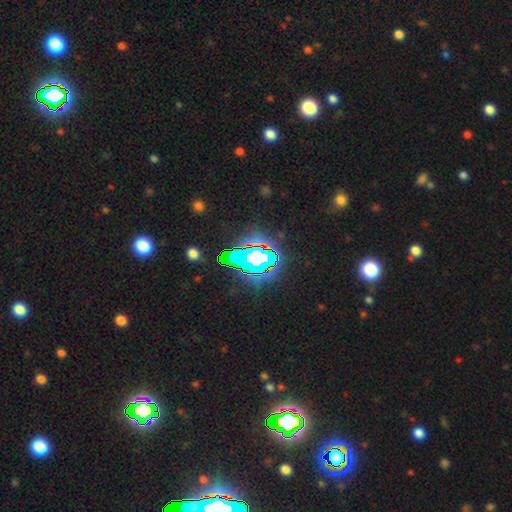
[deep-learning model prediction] star or artifact 62%, smooth 22%, featured or disk 16%.